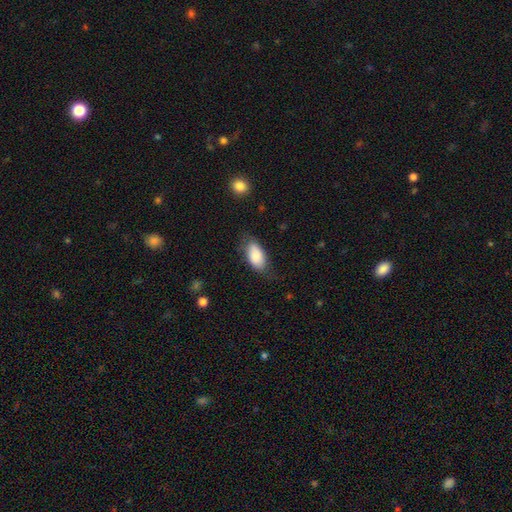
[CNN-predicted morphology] Smooth or featured: smooth — 82% (featured or disk — 11%)
How rounded: in between — 93% (cigar-shaped — 4%)
Merging: none — 68% (minor disturbance — 24%)